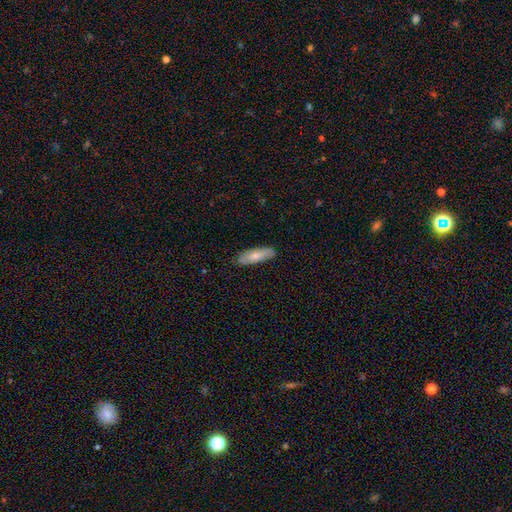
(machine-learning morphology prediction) This is likely a smooth galaxy (77%). How rounded: possibly cigar-shaped (54%). Merging: clearly none (84%).